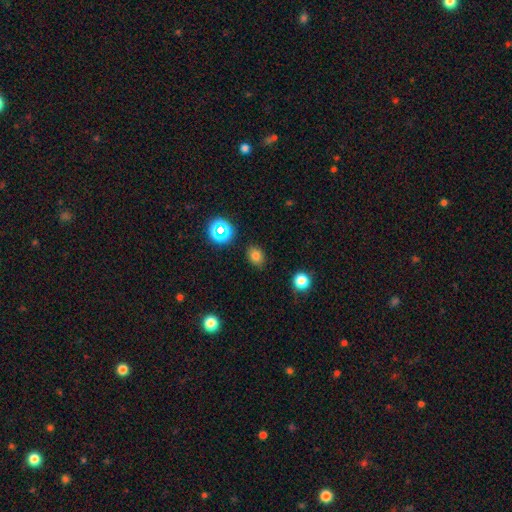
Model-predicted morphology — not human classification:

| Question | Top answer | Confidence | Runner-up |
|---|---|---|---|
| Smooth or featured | smooth | 76% | star or artifact (18%) |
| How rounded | in between | 54% | round (44%) |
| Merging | none | 86% | minor disturbance (10%) |